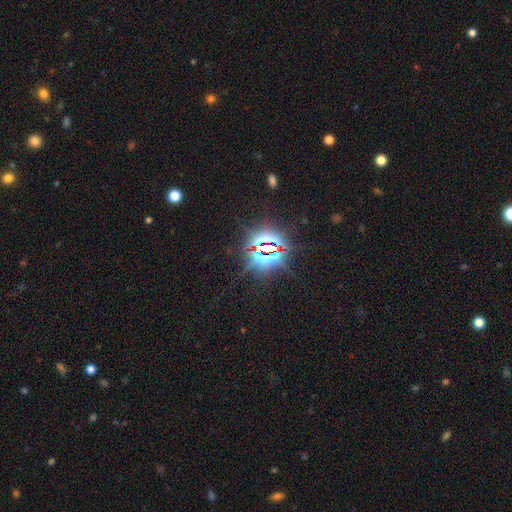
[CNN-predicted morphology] Smooth or featured?
  - star or artifact: 83% *
  - smooth: 10%
  - featured or disk: 7%